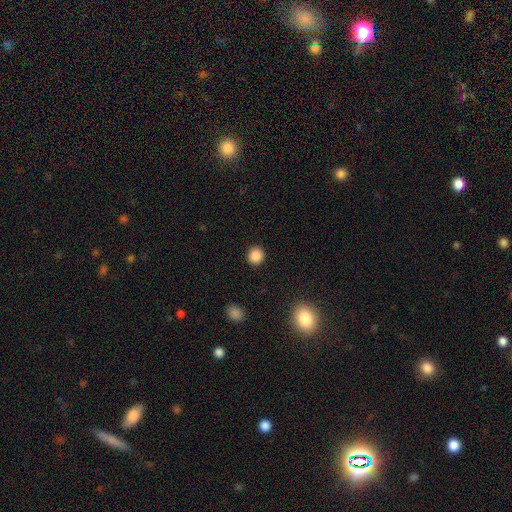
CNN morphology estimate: Smooth or featured? Predicted: smooth (p=0.87). How rounded? Predicted: round (p=0.90). Merging? Predicted: none (p=0.92).